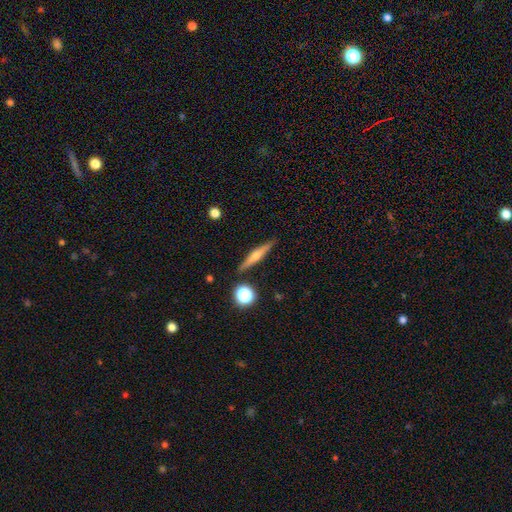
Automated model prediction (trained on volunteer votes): Smooth or featured? Predicted: featured or disk (p=0.50). Edge-on disk? Predicted: yes (p=0.95). Merging? Predicted: none (p=0.88).